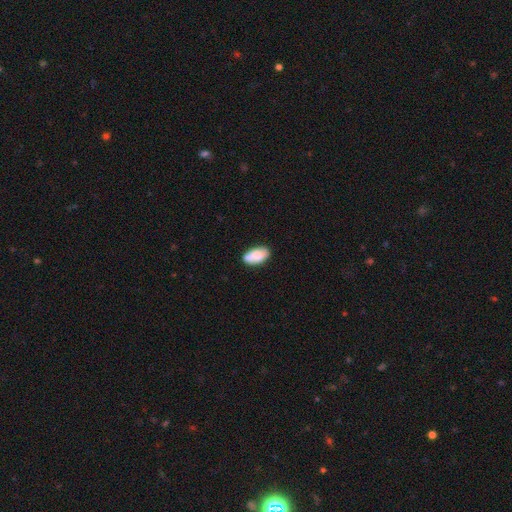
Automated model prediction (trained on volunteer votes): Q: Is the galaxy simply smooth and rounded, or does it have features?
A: smooth — 73%.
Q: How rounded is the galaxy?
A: in between — 94%.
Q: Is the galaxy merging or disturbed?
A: none — 72%.